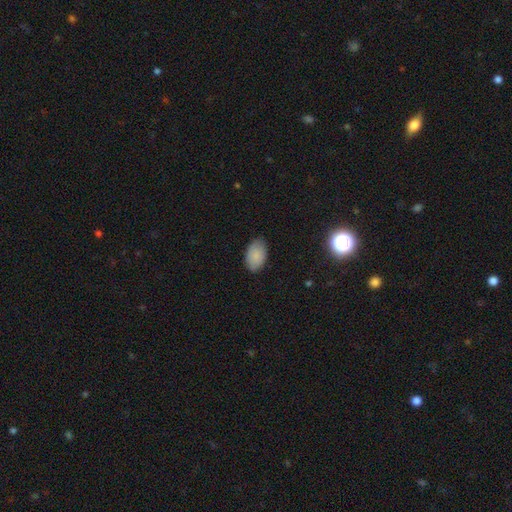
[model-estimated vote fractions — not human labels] This is clearly a smooth galaxy (87%). How rounded: clearly in between (93%). Merging: clearly none (84%).